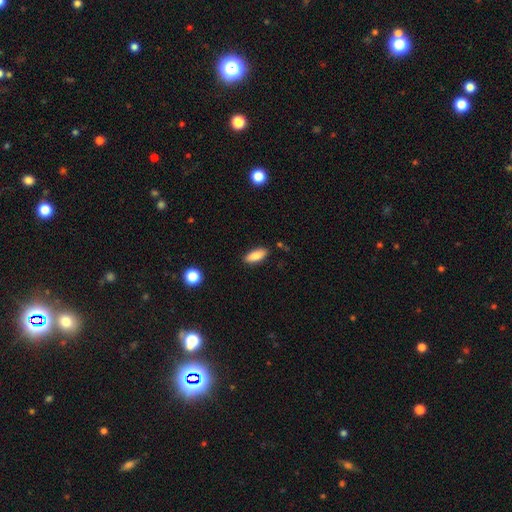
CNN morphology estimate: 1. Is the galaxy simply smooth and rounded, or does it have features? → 85% smooth, 8% featured or disk, 7% star or artifact.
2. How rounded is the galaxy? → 79% in between, 19% cigar-shaped, 2% round.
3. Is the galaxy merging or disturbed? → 86% none, 10% minor disturbance, 2% major disturbance, 2% merger.